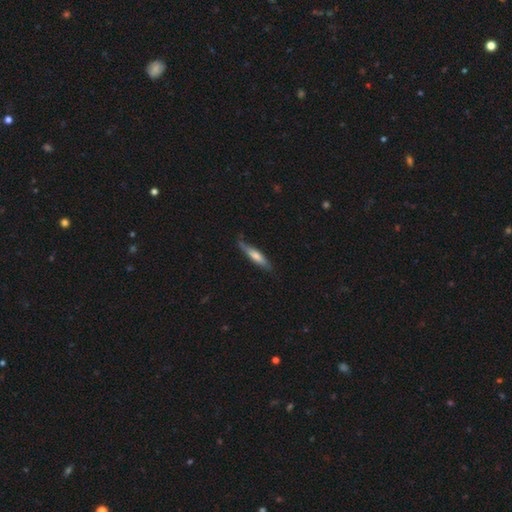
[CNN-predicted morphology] Smooth or featured?
  - smooth: 54% *
  - featured or disk: 40%
  - star or artifact: 6%
How rounded?
  - cigar-shaped: 85% *
  - in between: 13%
  - round: 2%
Merging?
  - none: 74% *
  - minor disturbance: 21%
  - major disturbance: 4%
  - merger: 2%